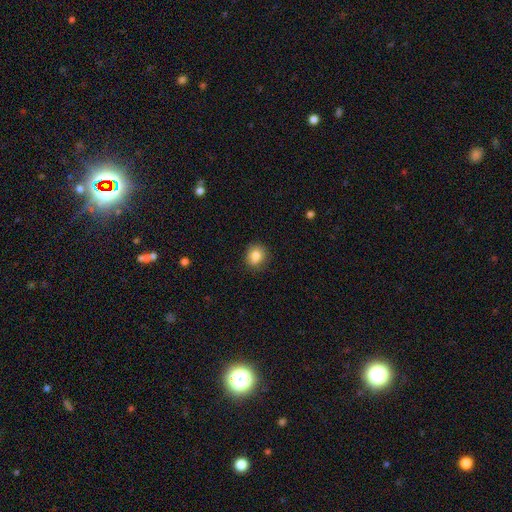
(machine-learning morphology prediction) The model was most divided on "how rounded": round: 73%, in between: 26%, cigar-shaped: 1%. More confident: smooth or featured — smooth (82%); merging — none (79%).